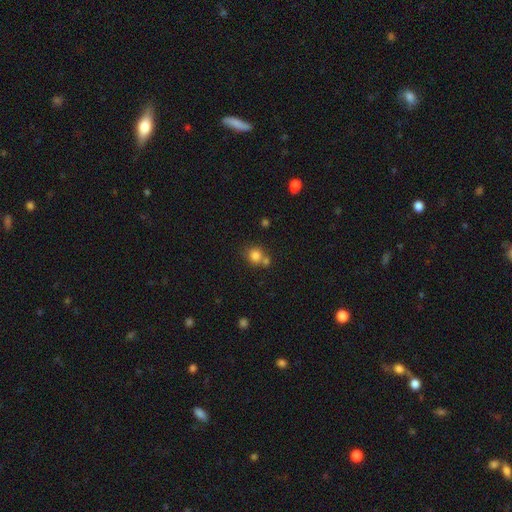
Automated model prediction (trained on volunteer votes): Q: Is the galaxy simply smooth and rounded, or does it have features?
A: smooth — 81%.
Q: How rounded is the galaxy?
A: round — 86%.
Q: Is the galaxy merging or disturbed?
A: none — 57%.